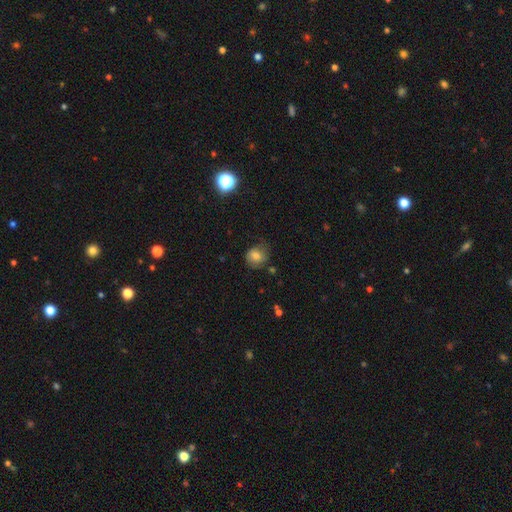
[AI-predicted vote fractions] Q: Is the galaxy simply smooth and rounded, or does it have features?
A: smooth — 73%.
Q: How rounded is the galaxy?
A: round — 70%.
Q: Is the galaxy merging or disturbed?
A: none — 63%.